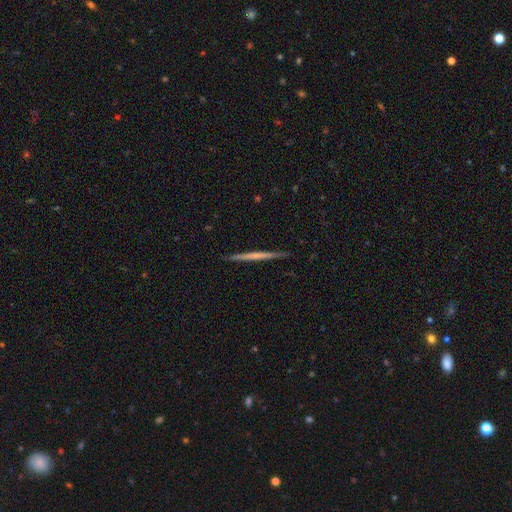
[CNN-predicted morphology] Smooth or featured? Predicted: featured or disk (p=0.57). Edge-on disk? Predicted: yes (p=0.98). Edge-on bulge? Predicted: none (p=0.84). Merging? Predicted: none (p=0.92).